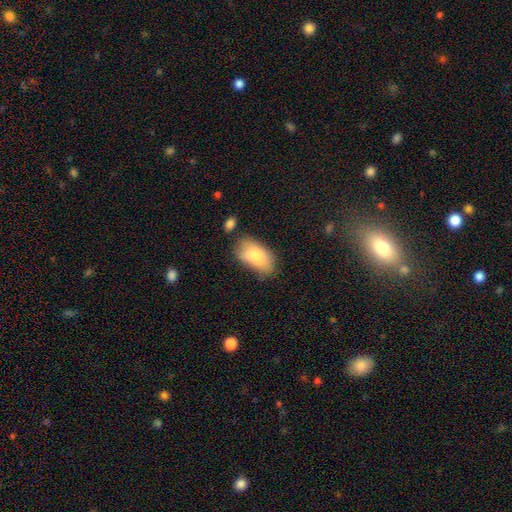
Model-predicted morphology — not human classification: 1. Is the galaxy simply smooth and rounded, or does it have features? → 78% smooth, 15% featured or disk, 7% star or artifact.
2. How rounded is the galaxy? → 93% in between, 4% round, 2% cigar-shaped.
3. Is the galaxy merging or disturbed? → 58% none, 28% minor disturbance, 8% major disturbance, 6% merger.